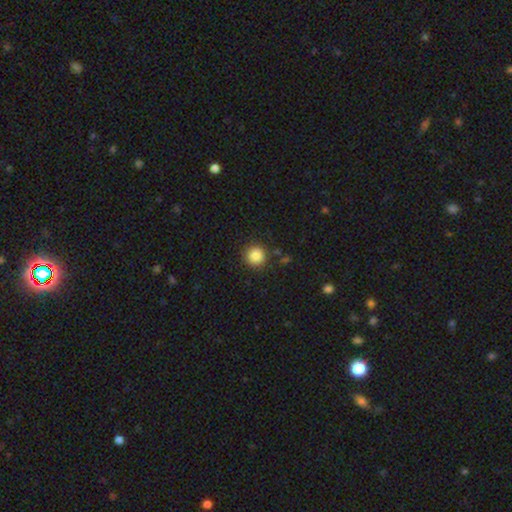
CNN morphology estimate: This appears to be a smooth galaxy with no disk features (87%) that is round (95%). Merging: none (88%).